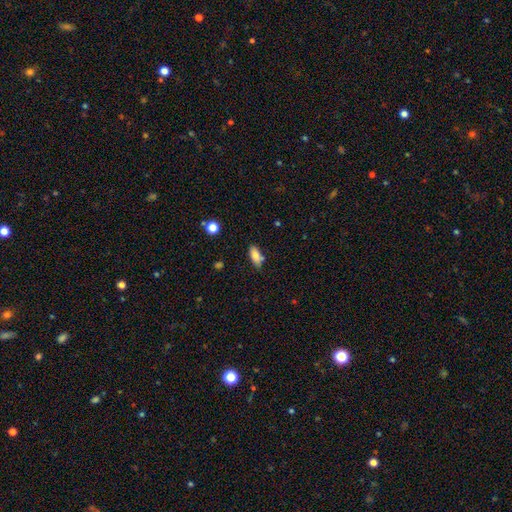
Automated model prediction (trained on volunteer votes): This appears to be a smooth galaxy with no disk features (80%) that is in between round and cigar-shaped (83%). Merging: none (73%).